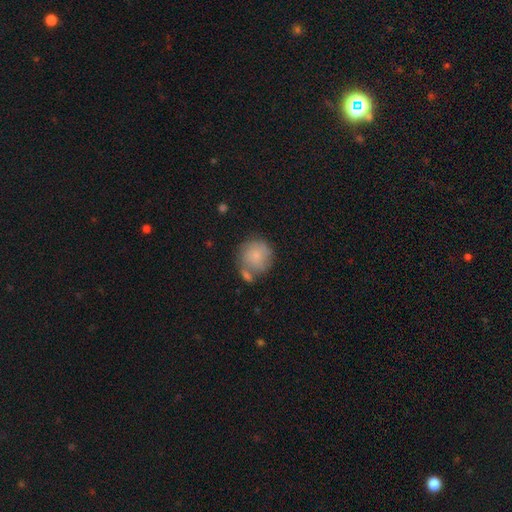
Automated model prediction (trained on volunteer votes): Smooth or featured? Predicted: smooth (p=0.74). How rounded? Predicted: round (p=0.91). Merging? Predicted: none (p=0.54).